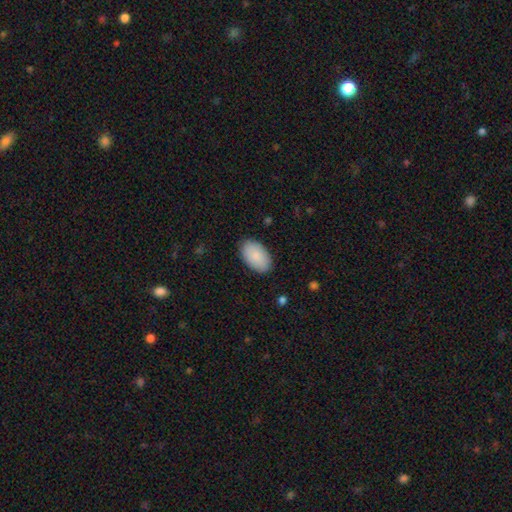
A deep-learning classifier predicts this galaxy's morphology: A smooth galaxy with no disk features (88%) that is in between round and cigar-shaped (95%). Merging: none (87%).